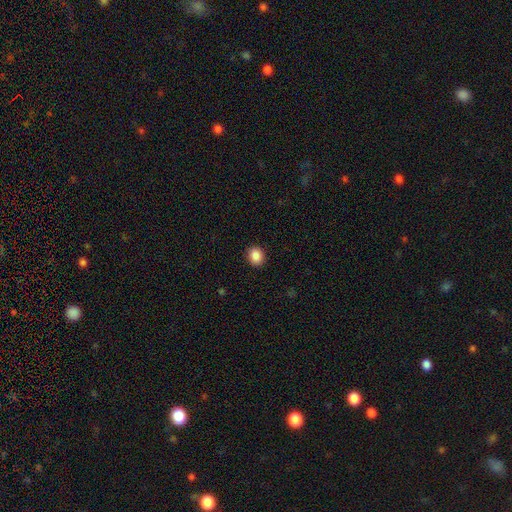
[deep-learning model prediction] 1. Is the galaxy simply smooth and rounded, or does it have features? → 88% smooth, 9% star or artifact, 3% featured or disk.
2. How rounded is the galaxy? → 64% round, 35% in between, 1% cigar-shaped.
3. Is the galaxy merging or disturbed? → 91% none, 6% minor disturbance, 2% major disturbance, 1% merger.